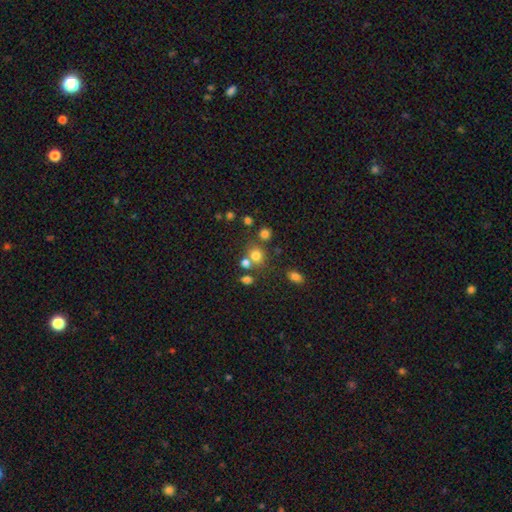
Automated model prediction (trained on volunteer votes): smooth 73%, star or artifact 17%, featured or disk 10%. Down the decision tree: how rounded — round (77%); merging — none (60%).